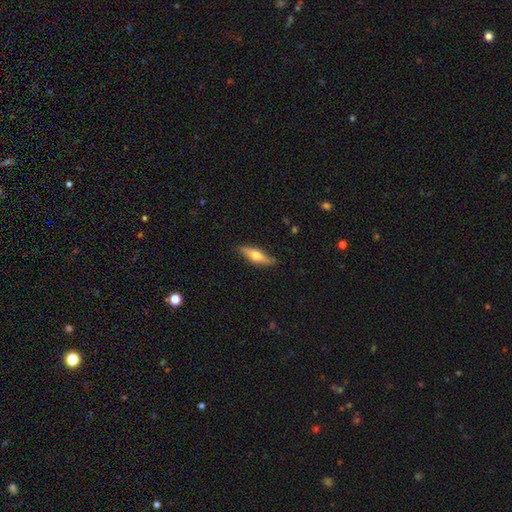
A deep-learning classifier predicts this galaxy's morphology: Smooth or featured? smooth (48%)
Merging? none (84%)